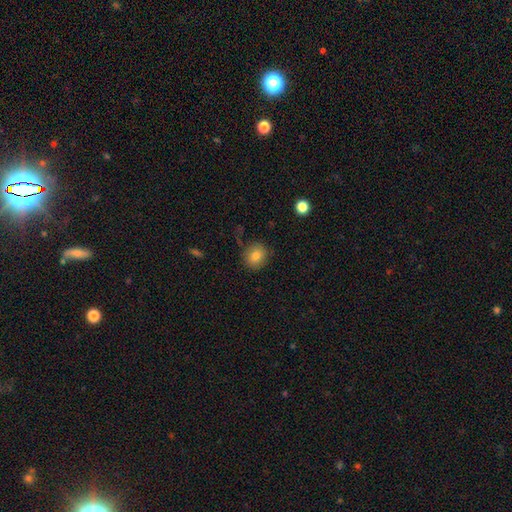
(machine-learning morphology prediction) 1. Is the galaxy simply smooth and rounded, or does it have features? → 82% smooth, 10% star or artifact, 8% featured or disk.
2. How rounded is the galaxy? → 83% round, 16% in between, 1% cigar-shaped.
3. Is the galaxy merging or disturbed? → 84% none, 11% minor disturbance, 3% major disturbance, 2% merger.